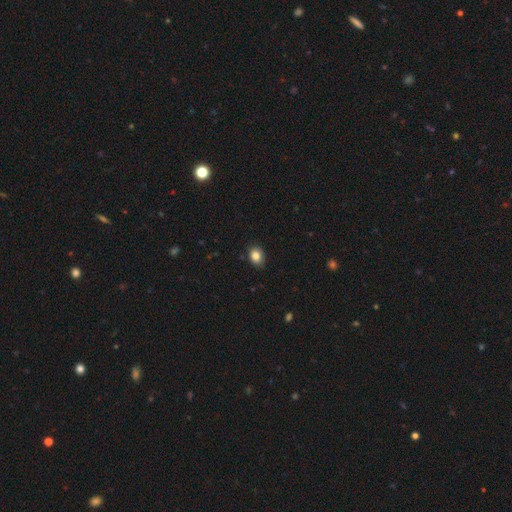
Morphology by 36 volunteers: This is clearly a smooth galaxy (92%). How rounded: clearly in between (85%). Merging: likely none (76%).